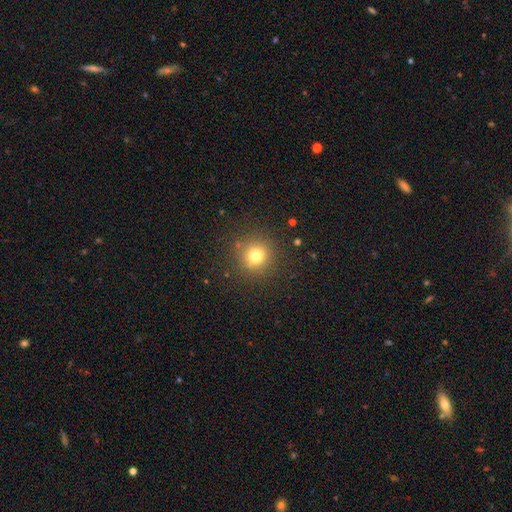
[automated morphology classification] smooth_or_featured: smooth (p=0.76) [alt: star or artifact p=0.16]
how_rounded: round (p=0.91) [alt: in between p=0.08]
merging: none (p=0.85) [alt: minor disturbance p=0.09]